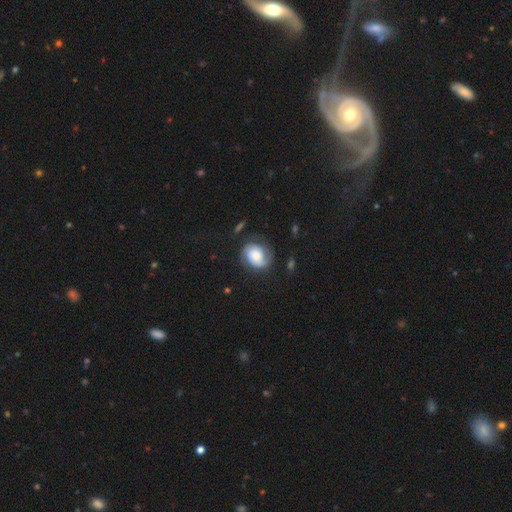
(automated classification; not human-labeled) Q: Smooth or featured?
A: featured or disk (51%); runner-up: smooth (41%)
Q: Edge-on disk?
A: no (97%); runner-up: yes (3%)
Q: Merging?
A: none (64%); runner-up: minor disturbance (21%)